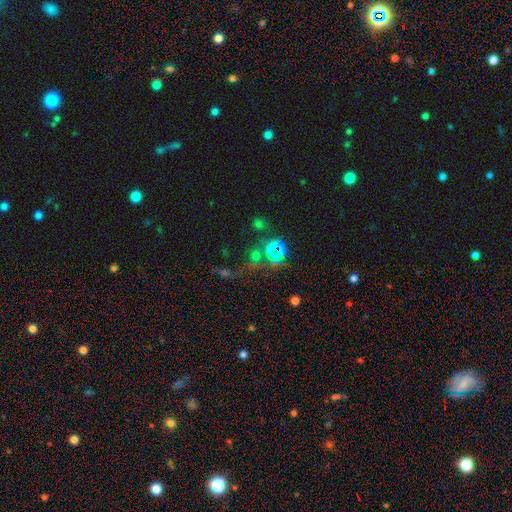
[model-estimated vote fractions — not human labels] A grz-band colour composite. It shows a star or artifact, not a galaxy (54%).